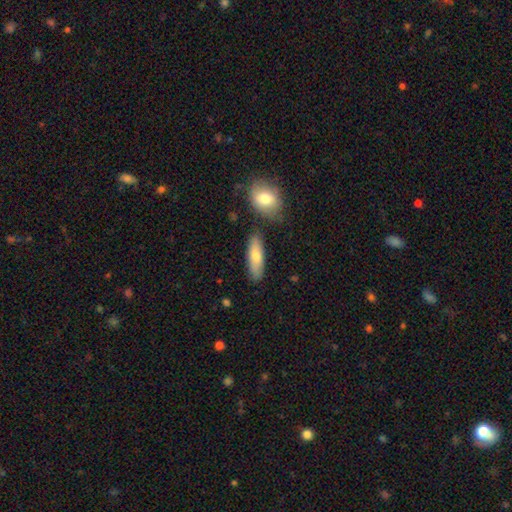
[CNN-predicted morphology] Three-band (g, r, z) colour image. It shows a smooth galaxy with no disk features (74%) that is in between round and cigar-shaped (52%). Merging: none (79%).